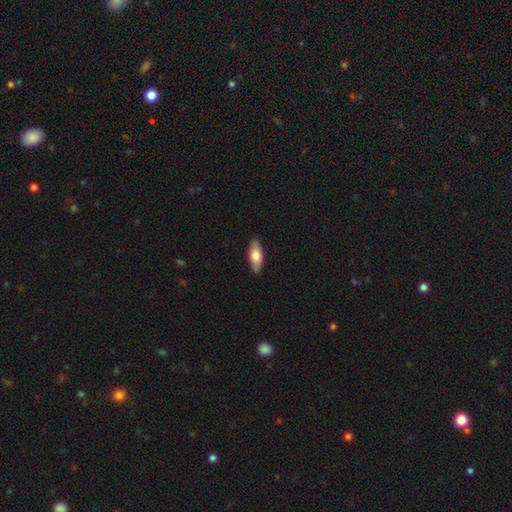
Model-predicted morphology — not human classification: This is likely a smooth galaxy (72%). How rounded: likely in between (73%). Merging: clearly none (89%).